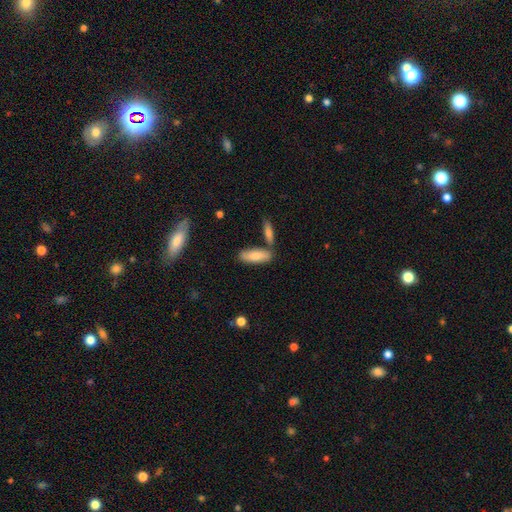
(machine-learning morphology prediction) The model was most divided on "how rounded": in between: 64%, cigar-shaped: 34%, round: 2%. More confident: smooth or featured — smooth (81%); merging — none (69%).